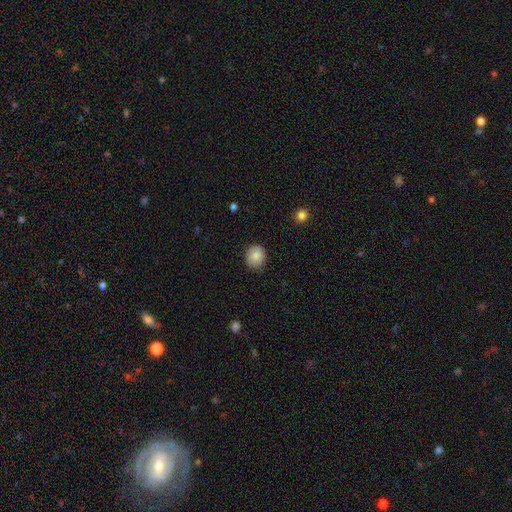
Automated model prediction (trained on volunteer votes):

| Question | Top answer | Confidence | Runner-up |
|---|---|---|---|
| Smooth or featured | smooth | 85% | star or artifact (8%) |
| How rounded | round | 71% | in between (28%) |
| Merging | none | 83% | minor disturbance (14%) |